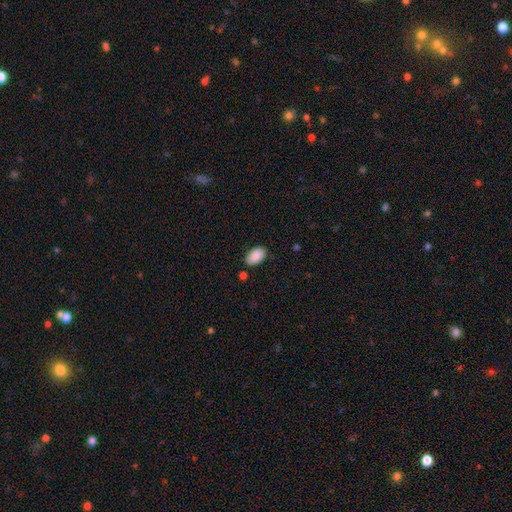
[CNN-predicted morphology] smooth-or-featured: smooth: 90% | star or artifact: 7% | featured or disk: 4%
  how-rounded: in between: 93% | round: 6% | cigar-shaped: 1%
  merging: none: 79% | minor disturbance: 14% | merger: 3% | major disturbance: 3%